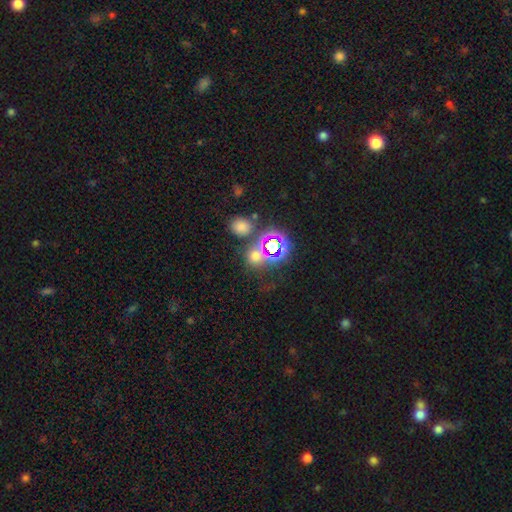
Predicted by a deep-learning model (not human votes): A smooth galaxy with no disk features (48%). Merging: none (64%).